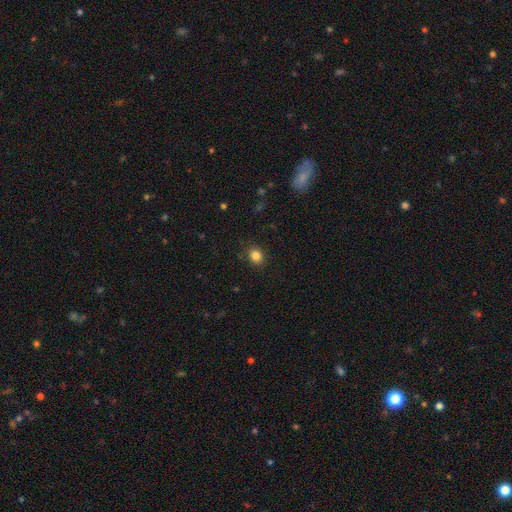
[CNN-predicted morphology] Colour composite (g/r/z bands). It shows a smooth galaxy with no disk features (84%) that is round (67%). Merging: none (89%).